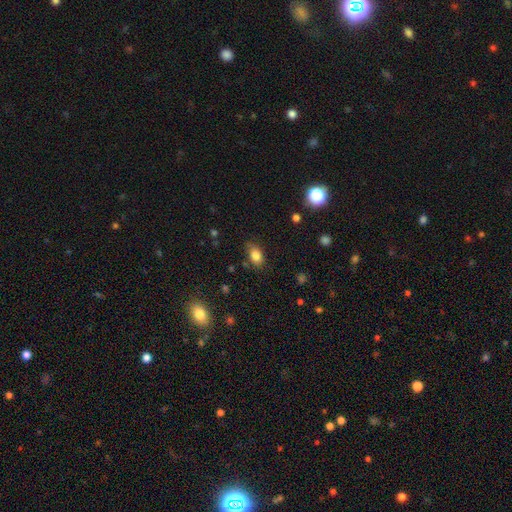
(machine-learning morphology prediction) Smooth or featured: smooth — 82% (star or artifact — 10%)
How rounded: in between — 82% (round — 16%)
Merging: none — 75% (minor disturbance — 19%)